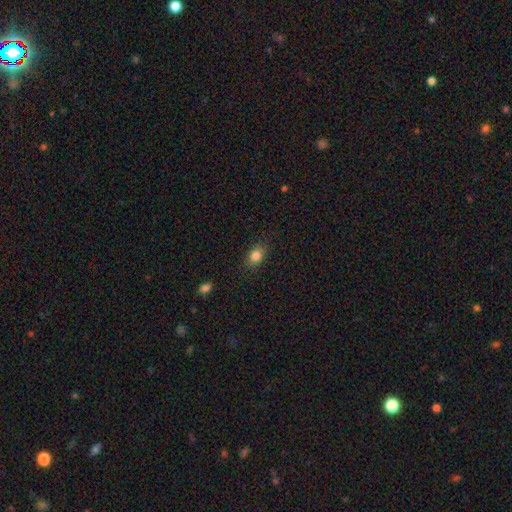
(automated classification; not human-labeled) The model was most divided on "how rounded": in between: 60%, round: 39%, cigar-shaped: 2%. More confident: smooth or featured — smooth (83%); merging — none (83%).